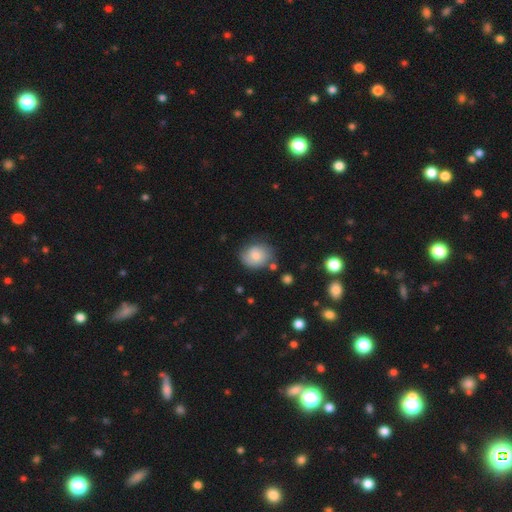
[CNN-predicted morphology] A smooth galaxy with no disk features (72%) that is round (68%). Merging: none (68%).